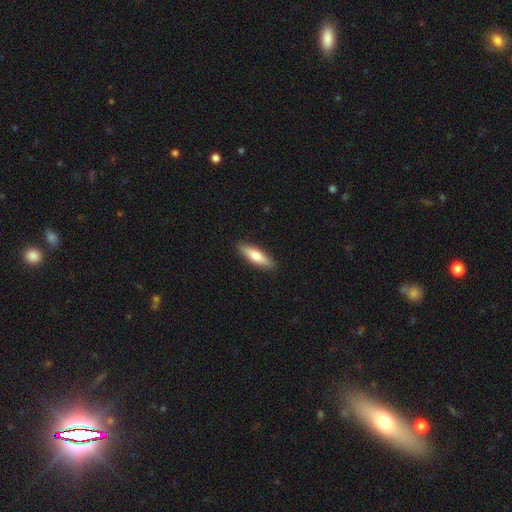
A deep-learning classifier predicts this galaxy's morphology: Smooth or featured?
  - smooth: 68% *
  - featured or disk: 26%
  - star or artifact: 5%
How rounded?
  - cigar-shaped: 65% *
  - in between: 33%
  - round: 2%
Merging?
  - none: 90% *
  - minor disturbance: 8%
  - major disturbance: 2%
  - merger: 1%